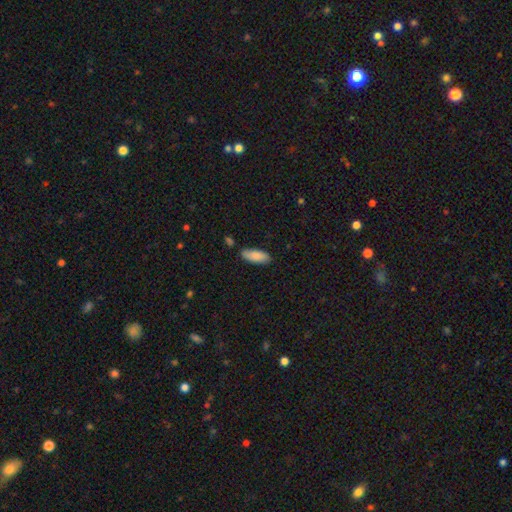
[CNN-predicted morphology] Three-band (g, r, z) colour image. It shows a smooth galaxy with no disk features (86%) that is in between round and cigar-shaped (76%). Merging: none (79%).